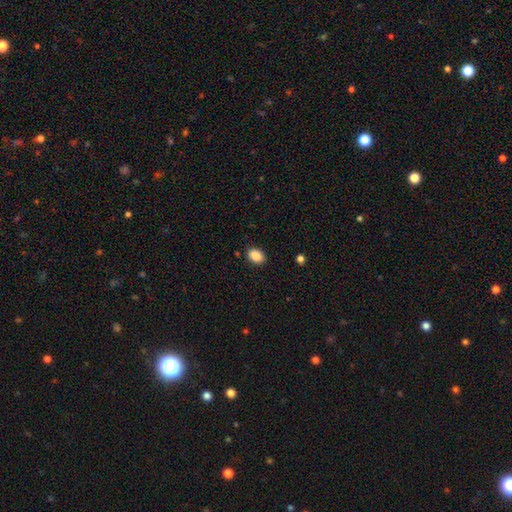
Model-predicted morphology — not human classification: A smooth galaxy with no disk features (88%) that is in between round and cigar-shaped (80%).

Vote fractions:
- Smooth or featured? smooth: 88% / star or artifact: 8% / featured or disk: 4%
- How rounded? in between: 80% / round: 19% / cigar-shaped: 1%
- Merging? none: 88% / minor disturbance: 8% / major disturbance: 2% / merger: 1%